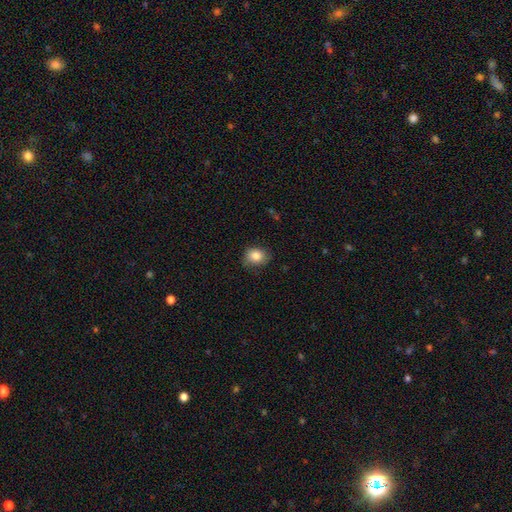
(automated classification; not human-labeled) This appears to be a smooth galaxy with no disk features (85%) that is round (58%). Merging: none (76%).